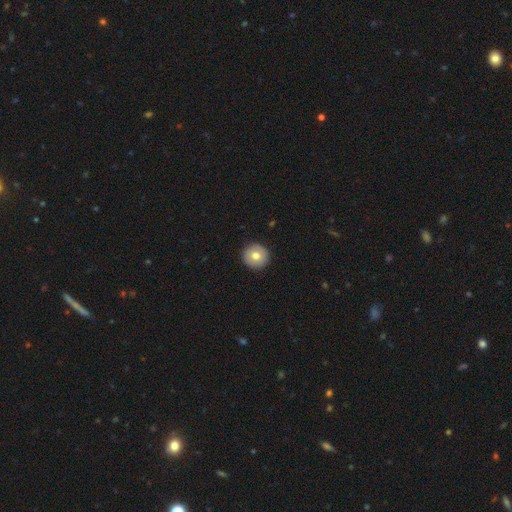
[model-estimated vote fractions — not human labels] Overall: smooth (72%). How rounded: round (95%). Merging: none (92%).